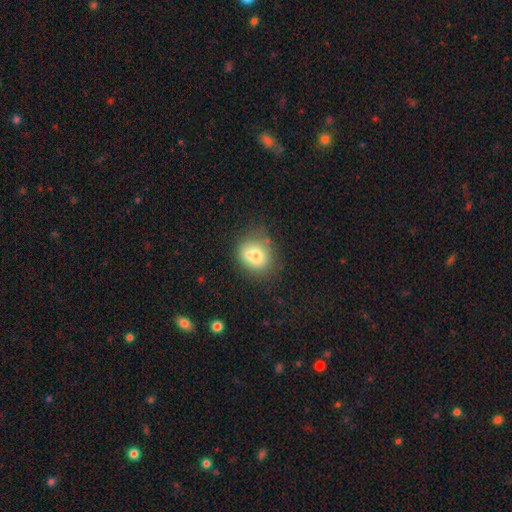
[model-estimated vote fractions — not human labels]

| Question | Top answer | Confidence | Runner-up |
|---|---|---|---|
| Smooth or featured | smooth | 69% | featured or disk (20%) |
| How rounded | round | 71% | in between (28%) |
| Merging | none | 51% | merger (26%) |